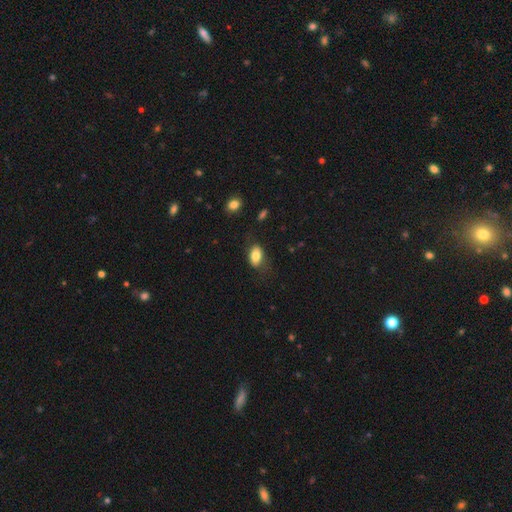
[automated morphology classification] smooth_or_featured: smooth (p=0.79) [alt: featured or disk p=0.13]
how_rounded: in between (p=0.89) [alt: round p=0.08]
merging: none (p=0.69) [alt: minor disturbance p=0.21]